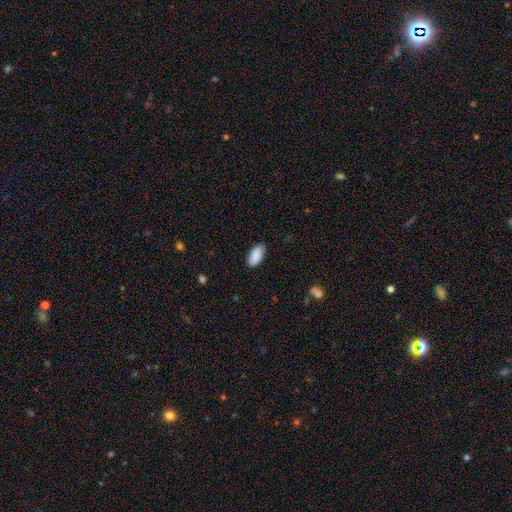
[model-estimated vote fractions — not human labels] smooth_or_featured: smooth (p=0.90) [alt: star or artifact p=0.06]
how_rounded: in between (p=0.93) [alt: cigar-shaped p=0.05]
merging: none (p=0.86) [alt: minor disturbance p=0.10]